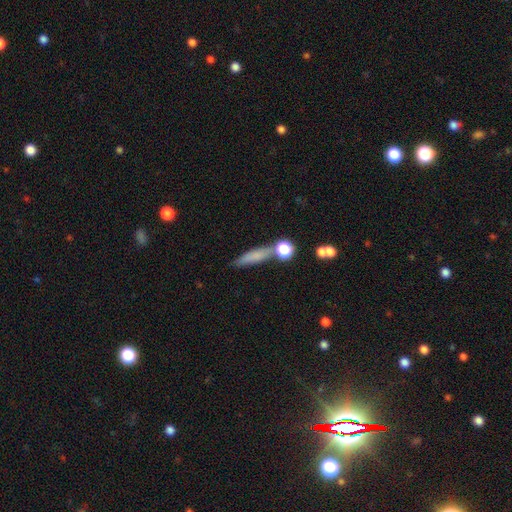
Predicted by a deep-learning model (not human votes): Smooth or featured? smooth (69%)
How rounded? cigar-shaped (75%)
Merging? none (68%)